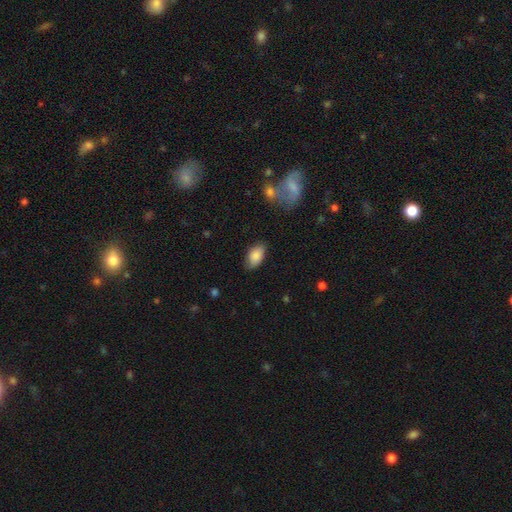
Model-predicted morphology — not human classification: smooth 85%, featured or disk 8%, star or artifact 7%. Down the decision tree: how rounded — in between (93%); merging — none (80%).